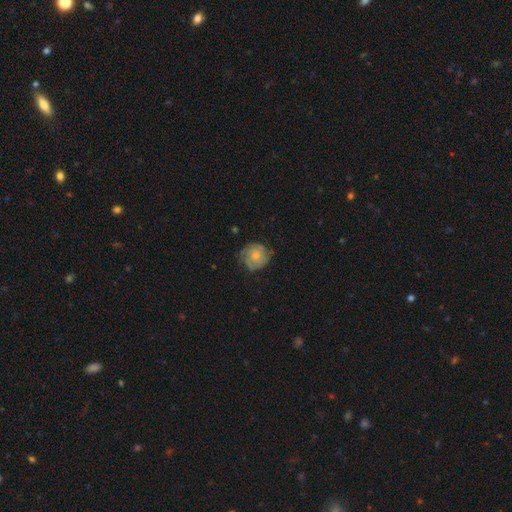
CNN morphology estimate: smooth_or_featured: featured or disk (p=0.48) [alt: smooth p=0.45]
merging: none (p=0.65) [alt: minor disturbance p=0.25]